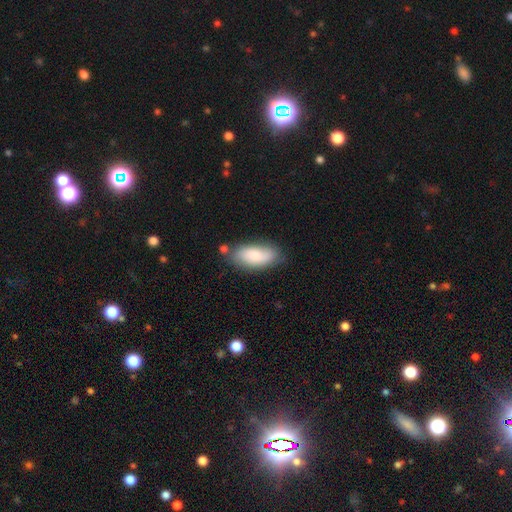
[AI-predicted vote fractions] smooth-or-featured: smooth: 75% | featured or disk: 19% | star or artifact: 6%
  how-rounded: in between: 87% | cigar-shaped: 11% | round: 2%
  merging: none: 69% | minor disturbance: 19% | merger: 7% | major disturbance: 4%